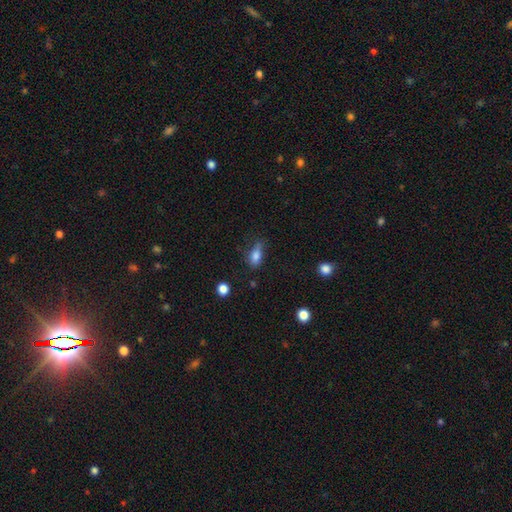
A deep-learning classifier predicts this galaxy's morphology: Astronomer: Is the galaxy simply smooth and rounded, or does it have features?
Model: smooth — 78%.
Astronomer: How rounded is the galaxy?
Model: in between — 78%.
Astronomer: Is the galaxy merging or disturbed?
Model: none — 51% (runner-up: minor disturbance, 33%).